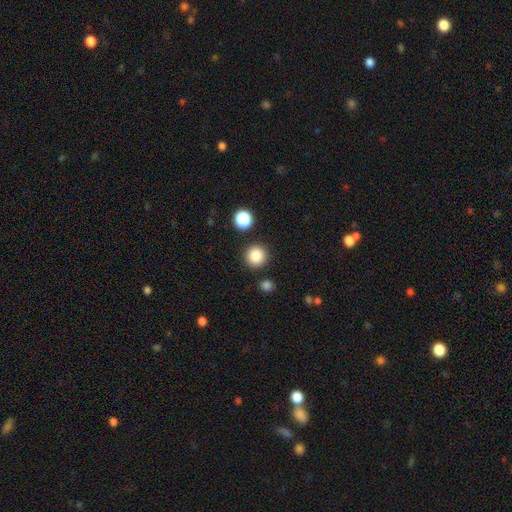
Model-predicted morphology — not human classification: smooth 85%, star or artifact 11%, featured or disk 4%. Down the decision tree: how rounded — round (95%); merging — none (88%).